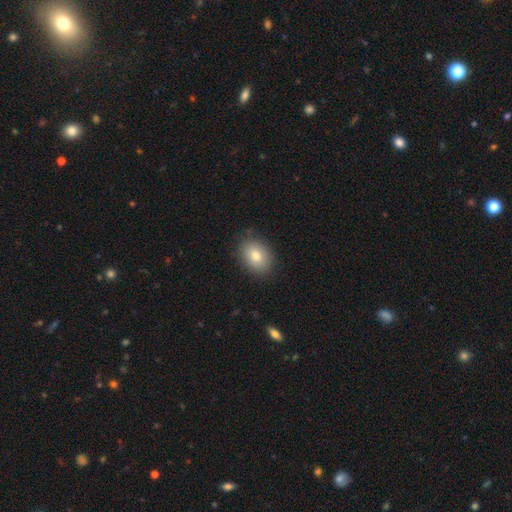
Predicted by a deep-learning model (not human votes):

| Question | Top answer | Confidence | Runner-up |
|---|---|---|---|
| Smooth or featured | smooth | 80% | featured or disk (11%) |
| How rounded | in between | 68% | round (31%) |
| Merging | none | 86% | minor disturbance (10%) |